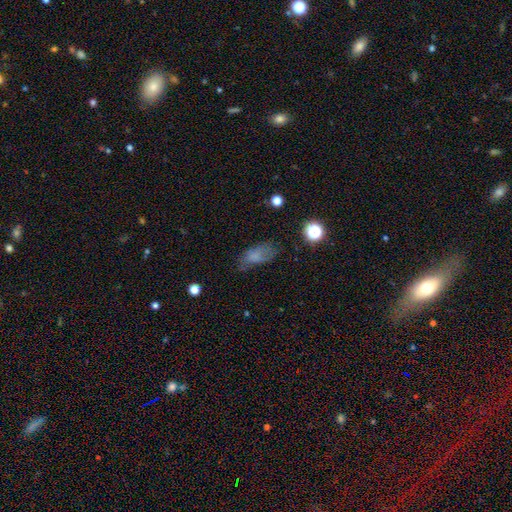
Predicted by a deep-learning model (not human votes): smooth_or_featured: smooth (p=0.66) [alt: featured or disk p=0.19]
how_rounded: in between (p=0.86) [alt: cigar-shaped p=0.07]
merging: none (p=0.55) [alt: minor disturbance p=0.26]